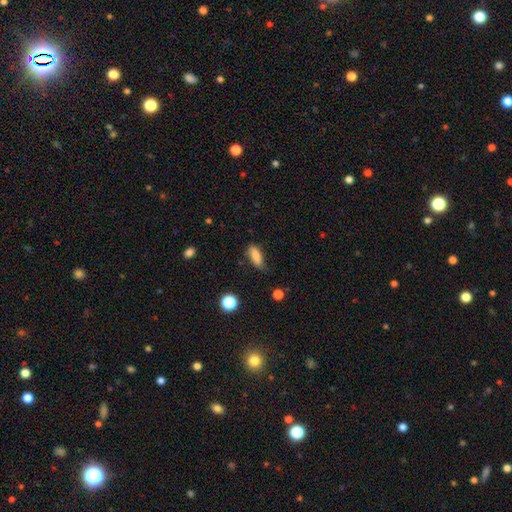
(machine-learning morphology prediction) Smooth or featured?
  - smooth: 80% *
  - featured or disk: 11%
  - star or artifact: 9%
How rounded?
  - in between: 68% *
  - cigar-shaped: 29%
  - round: 4%
Merging?
  - none: 59% *
  - minor disturbance: 31%
  - major disturbance: 7%
  - merger: 2%